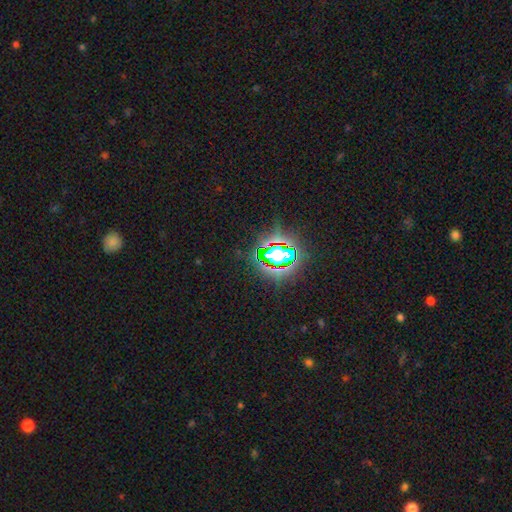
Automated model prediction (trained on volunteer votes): This appears to be a star or artifact, not a galaxy (79%).